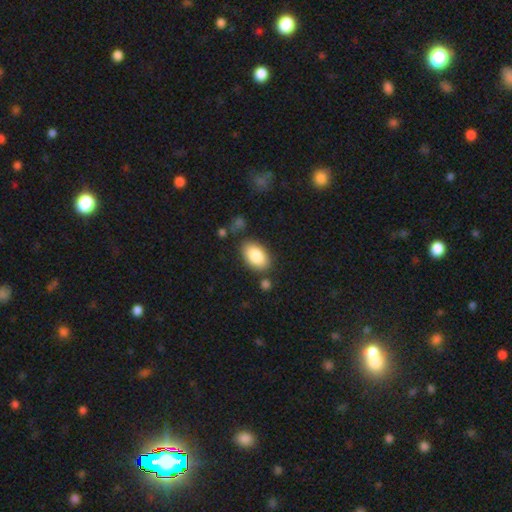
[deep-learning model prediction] Overall: smooth (85%). How rounded: in between (93%). Merging: none (79%).